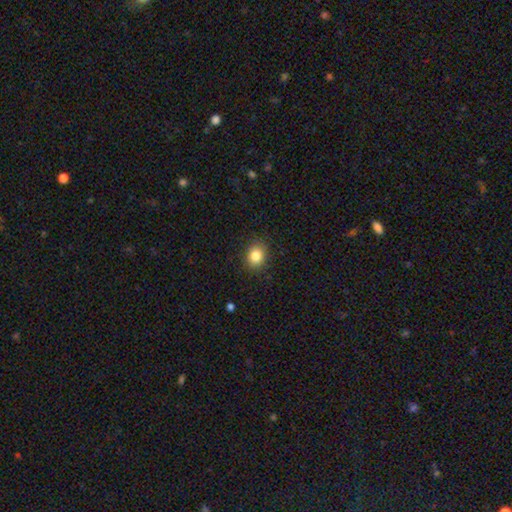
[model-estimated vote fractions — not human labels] Morphology: type=smooth (84%); roundness=round (59%); merging=none (88%).